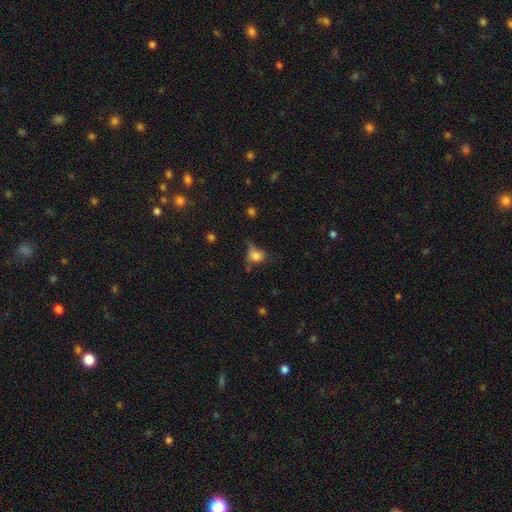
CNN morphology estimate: A smooth galaxy with no disk features (75%) that is round (57%). Merging: none (44%).